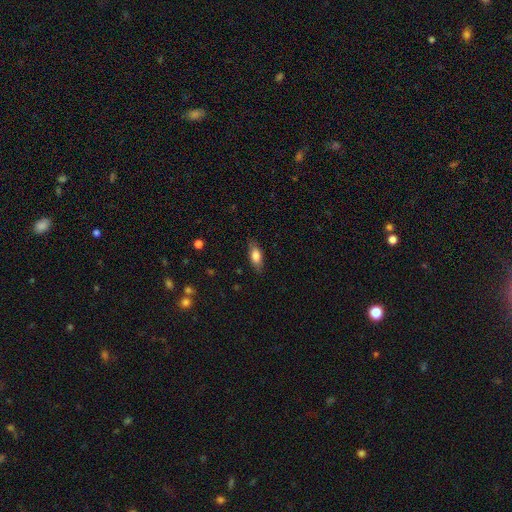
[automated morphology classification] Smooth or featured? smooth (76%)
How rounded? in between (76%)
Merging? none (82%)